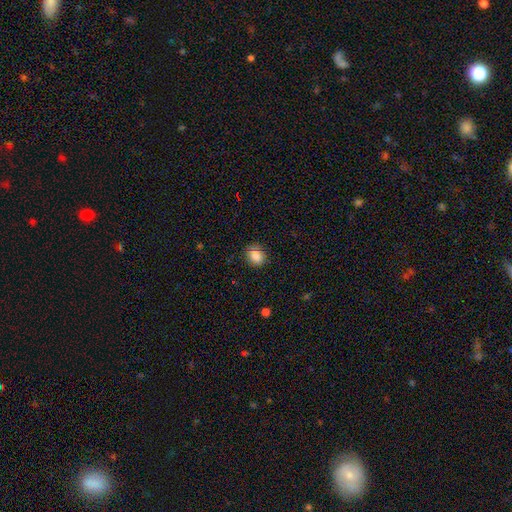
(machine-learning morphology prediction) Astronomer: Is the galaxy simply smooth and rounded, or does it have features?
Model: smooth — 84%.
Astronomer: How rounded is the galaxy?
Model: round — 69%.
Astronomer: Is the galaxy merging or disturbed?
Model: none — 81%.